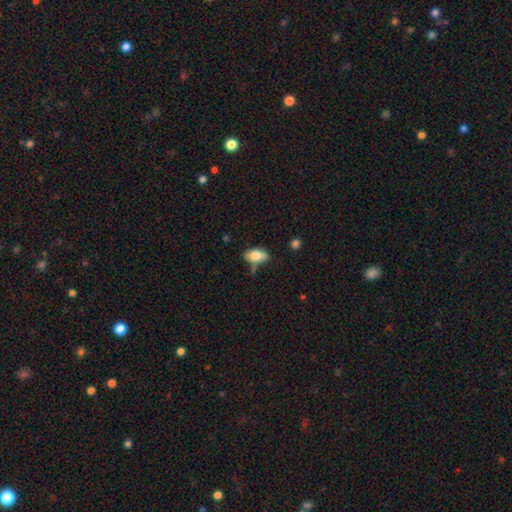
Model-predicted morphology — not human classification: smooth 79%, featured or disk 13%, star or artifact 8%. Down the decision tree: how rounded — in between (90%); merging — none (56%).